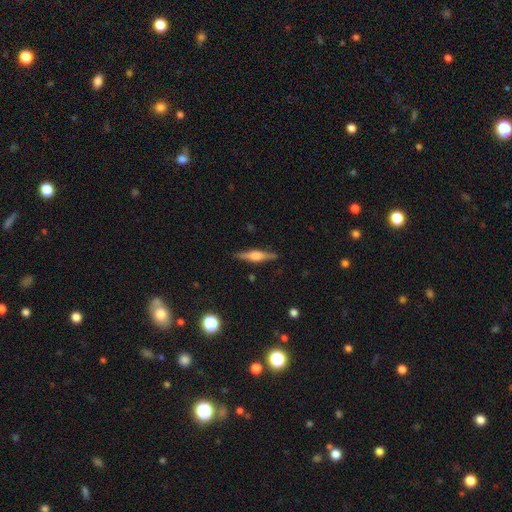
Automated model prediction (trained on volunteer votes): Q: Smooth or featured?
A: featured or disk (69%); runner-up: smooth (25%)
Q: Edge-on disk?
A: yes (97%); runner-up: no (3%)
Q: Edge-on bulge?
A: rounded (79%); runner-up: boxy (18%)
Q: Merging?
A: none (89%); runner-up: minor disturbance (8%)